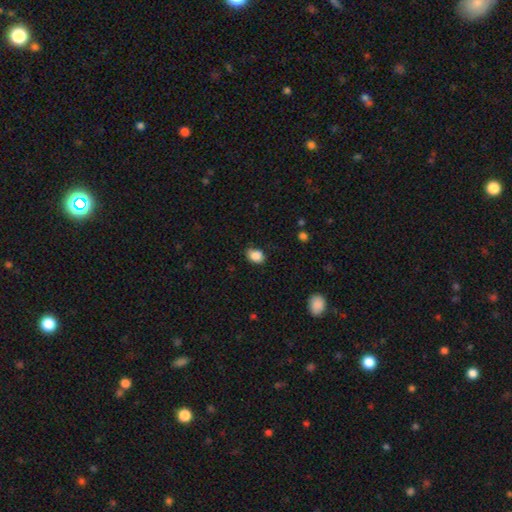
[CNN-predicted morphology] This is clearly a smooth galaxy (88%). How rounded: likely in between (72%). Merging: likely none (77%).